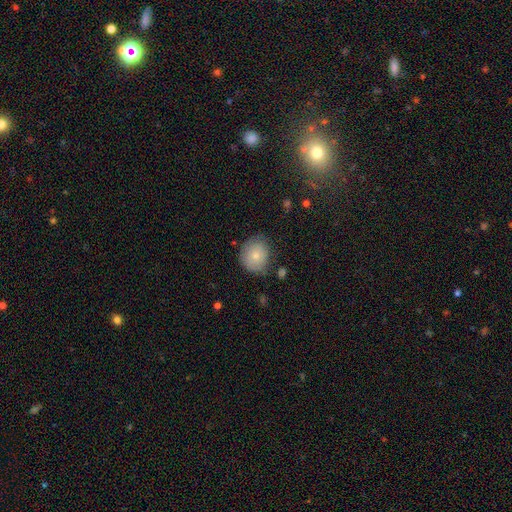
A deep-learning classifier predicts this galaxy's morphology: type=smooth (78%); roundness=round (74%); merging=none (68%).